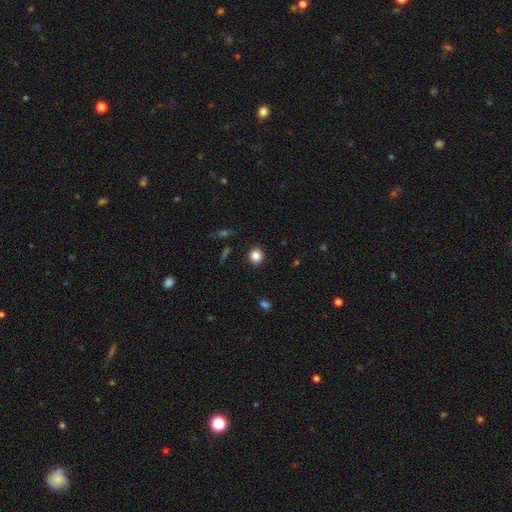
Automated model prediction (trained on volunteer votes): smooth 85%, star or artifact 10%, featured or disk 5%. Down the decision tree: how rounded — round (85%); merging — none (90%).